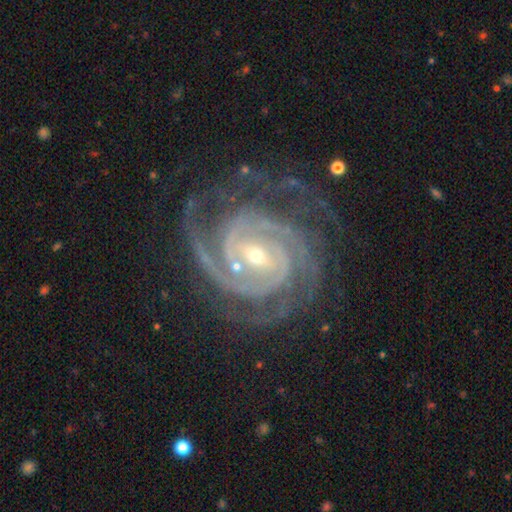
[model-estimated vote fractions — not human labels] This appears to be a featured or disk galaxy (93%) with a weak bar (40%), 3 (28%) tight (76%) spiral arms (99%) and a small central bulge (69%). Merging: none (73%).